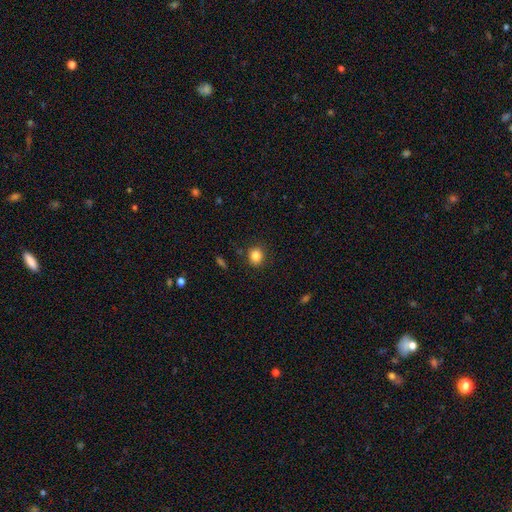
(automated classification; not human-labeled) The model was most divided on "how rounded": round: 81%, in between: 18%, cigar-shaped: 1%. More confident: merging — none (88%); smooth or featured — smooth (84%).